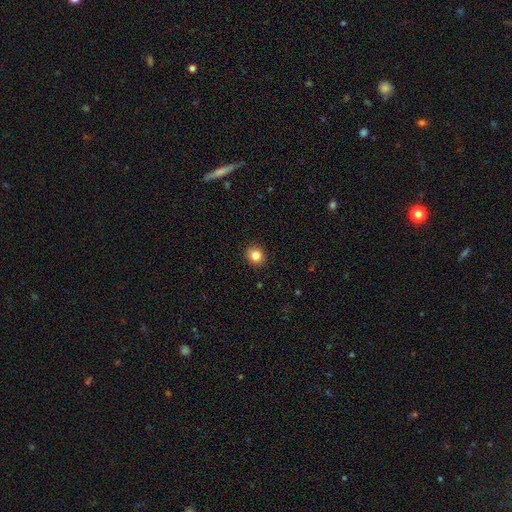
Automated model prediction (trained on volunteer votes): smooth 84%, star or artifact 11%, featured or disk 5%. Down the decision tree: how rounded — round (82%); merging — none (91%).